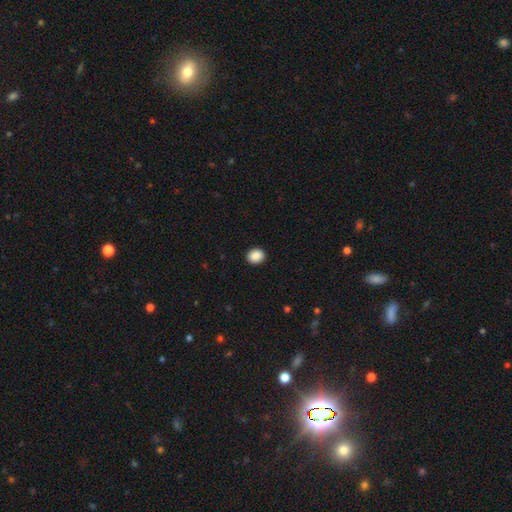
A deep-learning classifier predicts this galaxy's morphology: Smooth or featured: smooth — 90% (star or artifact — 8%)
How rounded: round — 65% (in between — 34%)
Merging: none — 92% (minor disturbance — 5%)